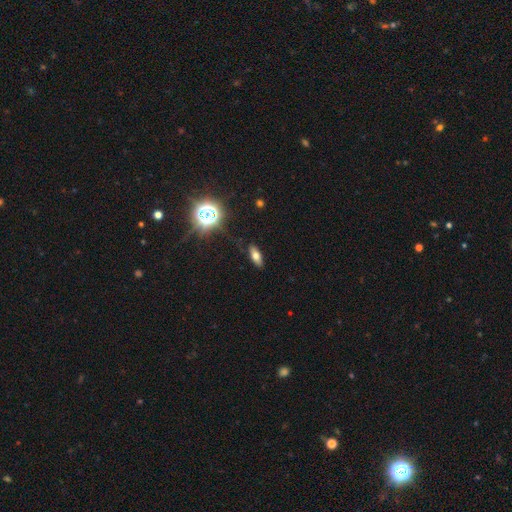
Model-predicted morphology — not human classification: smooth-or-featured: smooth: 63% | featured or disk: 20% | star or artifact: 17%
  how-rounded: in between: 73% | cigar-shaped: 22% | round: 5%
  merging: none: 86% | minor disturbance: 10% | major disturbance: 3% | merger: 1%